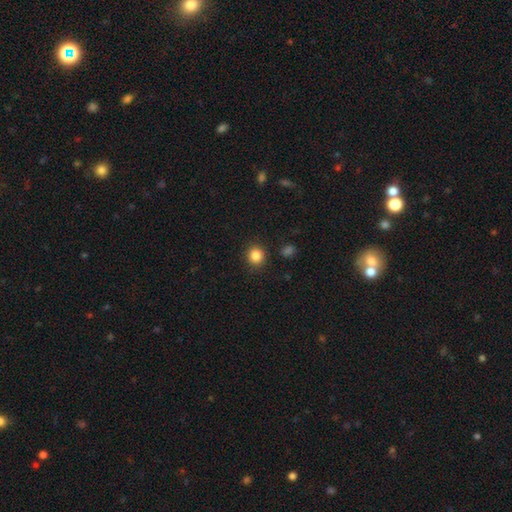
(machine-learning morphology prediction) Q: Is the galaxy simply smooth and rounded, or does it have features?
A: smooth — 85%.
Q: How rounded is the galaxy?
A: round — 89%.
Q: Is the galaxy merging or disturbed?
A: none — 90%.